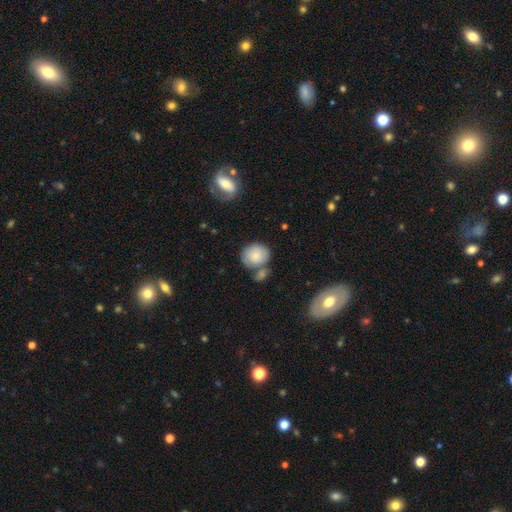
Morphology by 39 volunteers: Smooth or featured? smooth (82%)
How rounded? round (66%)
Merging? none (51%)